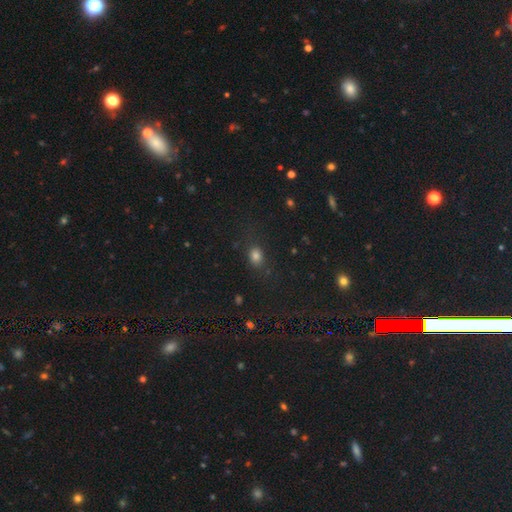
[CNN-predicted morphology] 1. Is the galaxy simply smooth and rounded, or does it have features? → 75% smooth, 18% star or artifact, 7% featured or disk.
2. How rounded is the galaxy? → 51% round, 47% in between, 2% cigar-shaped.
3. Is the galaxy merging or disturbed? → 79% none, 13% minor disturbance, 6% major disturbance, 2% merger.